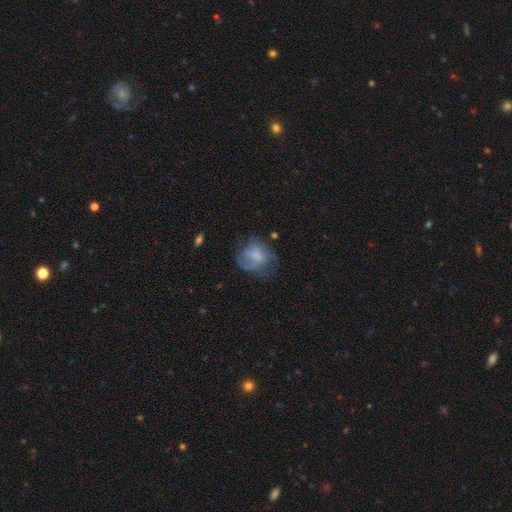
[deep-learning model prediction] Morphology: type=smooth (54%); roundness=round (60%); merging=none (45%).